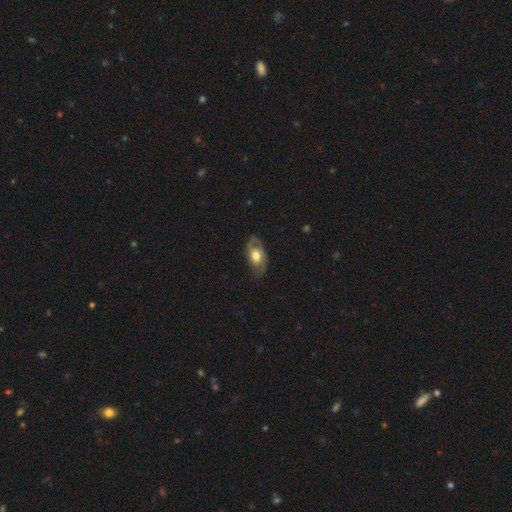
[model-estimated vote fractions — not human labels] The model was most divided on "smooth or featured": featured or disk: 58%, smooth: 36%, star or artifact: 6%. More confident: edge-on disk — no (91%); bar — no (78%); spiral arms — yes (70%); merging — none (65%); bulge size — moderate (60%).